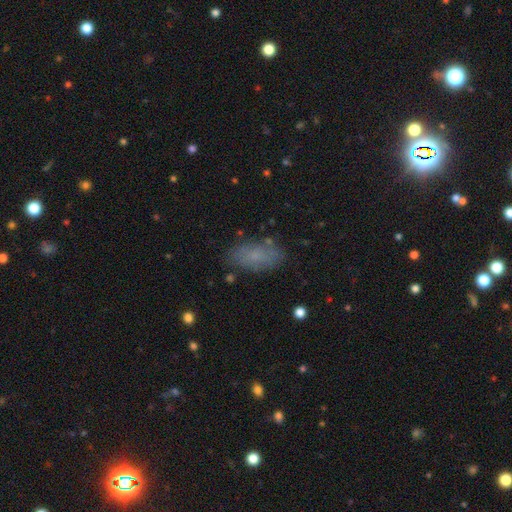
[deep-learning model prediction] Smooth or featured?
  - smooth: 73% *
  - featured or disk: 16%
  - star or artifact: 12%
How rounded?
  - in between: 89% *
  - cigar-shaped: 7%
  - round: 4%
Merging?
  - none: 79% *
  - minor disturbance: 14%
  - major disturbance: 5%
  - merger: 2%